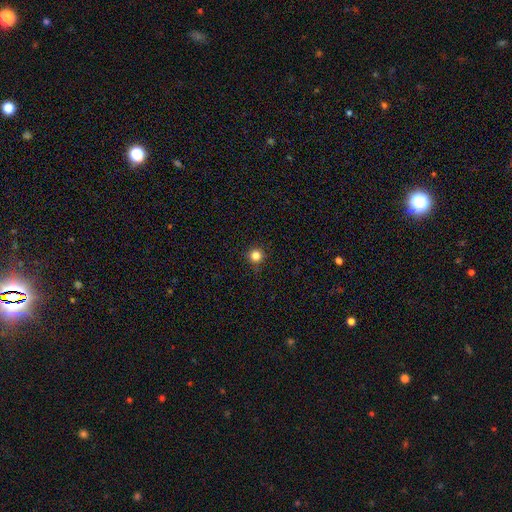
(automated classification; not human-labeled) smooth_or_featured: smooth (p=0.82) [alt: star or artifact p=0.14]
how_rounded: round (p=0.96) [alt: in between p=0.03]
merging: none (p=0.90) [alt: minor disturbance p=0.07]